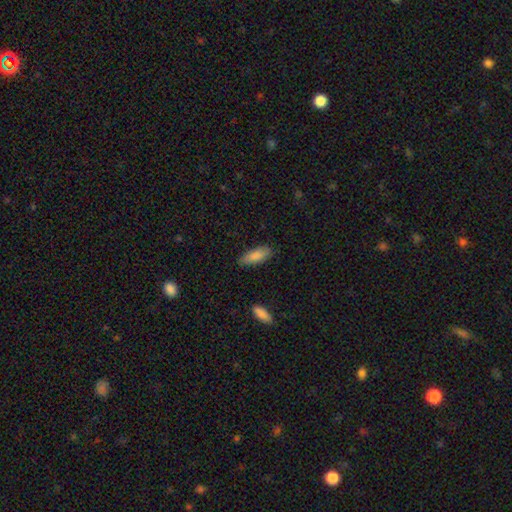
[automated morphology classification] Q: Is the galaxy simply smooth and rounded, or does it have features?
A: smooth — 86%.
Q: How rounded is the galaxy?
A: in between — 69%.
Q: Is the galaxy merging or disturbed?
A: none — 82%.